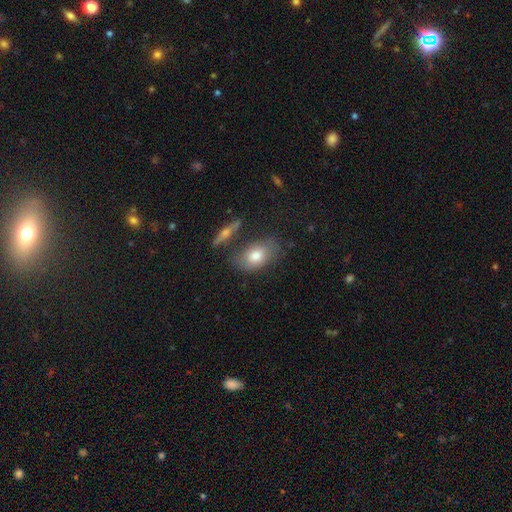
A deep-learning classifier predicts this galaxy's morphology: Smooth or featured? smooth (75%)
How rounded? in between (86%)
Merging? none (66%)